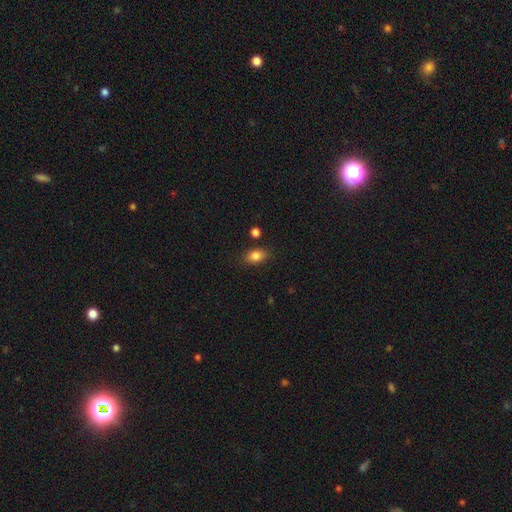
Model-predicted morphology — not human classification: Smooth or featured?
  - smooth: 83% *
  - star or artifact: 10%
  - featured or disk: 7%
How rounded?
  - in between: 80% *
  - round: 17%
  - cigar-shaped: 2%
Merging?
  - none: 83% *
  - minor disturbance: 11%
  - merger: 4%
  - major disturbance: 3%